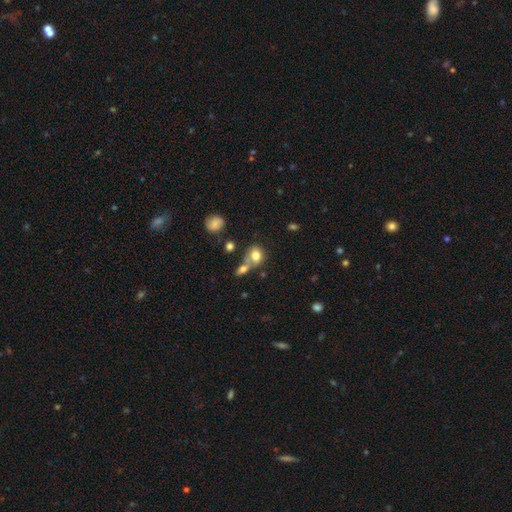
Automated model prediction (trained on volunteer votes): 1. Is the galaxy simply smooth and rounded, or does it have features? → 77% smooth, 12% featured or disk, 11% star or artifact.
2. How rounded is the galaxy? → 59% round, 40% in between, 2% cigar-shaped.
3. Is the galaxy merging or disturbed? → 43% merger, 39% none, 12% minor disturbance, 6% major disturbance.